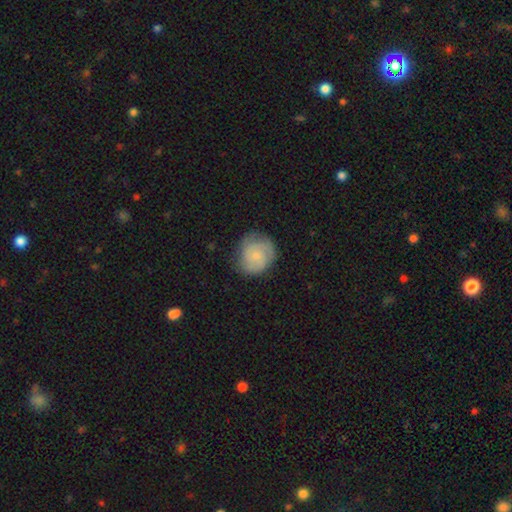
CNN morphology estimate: A featured or disk galaxy (55%) with no bar (74%), spiral arms (89%) and a small central bulge (64%).

Vote fractions:
- Smooth or featured? featured or disk: 55% / smooth: 39% / star or artifact: 7%
- Edge-on disk? no: 98% / yes: 2%
- Bar? no: 74% / weak: 23% / strong: 3%
- Spiral arms? yes: 89% / no: 11%
- Bulge size? small: 64% / moderate: 20% / none: 13% / large: 2% / dominant: 1%
- Merging? none: 70% / minor disturbance: 21% / major disturbance: 8% / merger: 1%